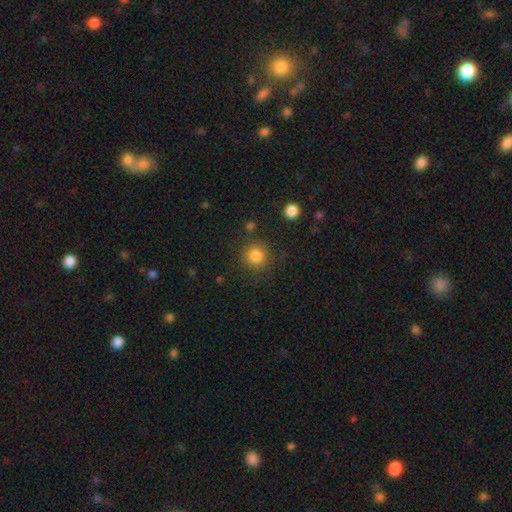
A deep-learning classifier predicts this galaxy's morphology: Q: Smooth or featured?
A: smooth (84%); runner-up: star or artifact (11%)
Q: How rounded?
A: round (93%); runner-up: in between (6%)
Q: Merging?
A: none (86%); runner-up: minor disturbance (8%)